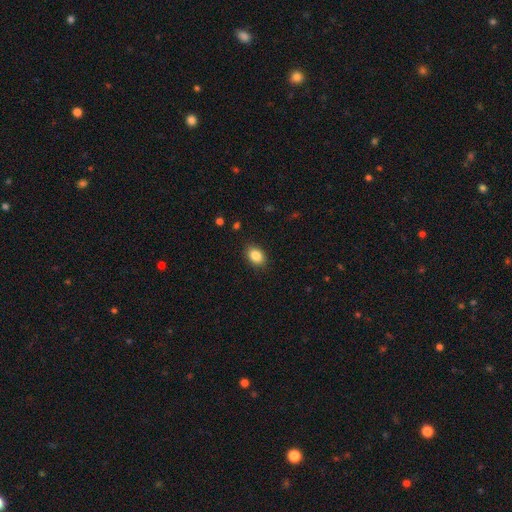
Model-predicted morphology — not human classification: This is clearly a smooth galaxy (86%). How rounded: likely in between (74%). Merging: clearly none (88%).